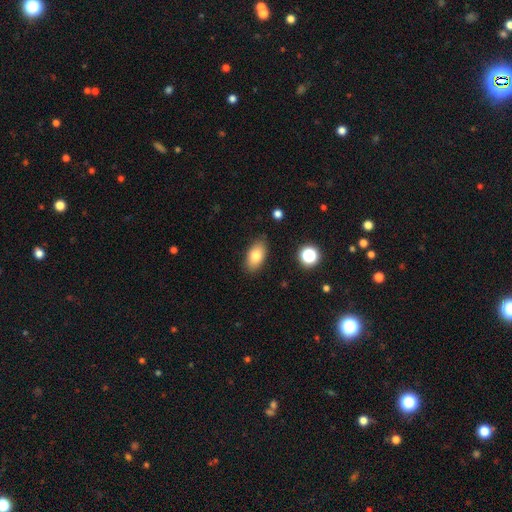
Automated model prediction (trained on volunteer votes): This is clearly a smooth galaxy (80%). How rounded: clearly in between (91%). Merging: clearly none (86%).